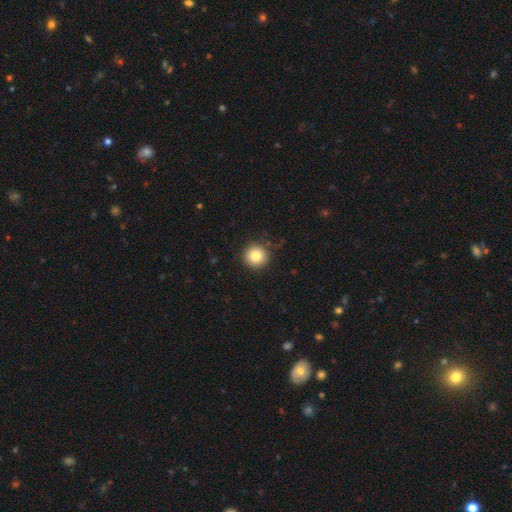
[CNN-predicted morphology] smooth 82%, star or artifact 10%, featured or disk 8%. Down the decision tree: how rounded — round (95%); merging — none (89%).